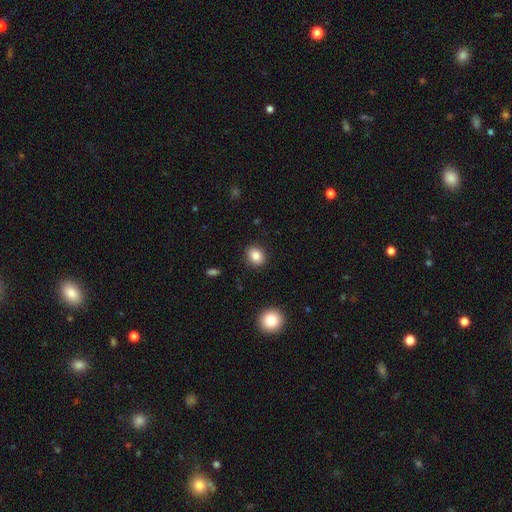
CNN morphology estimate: This is clearly a smooth galaxy (84%). How rounded: likely round (70%). Merging: clearly none (90%).